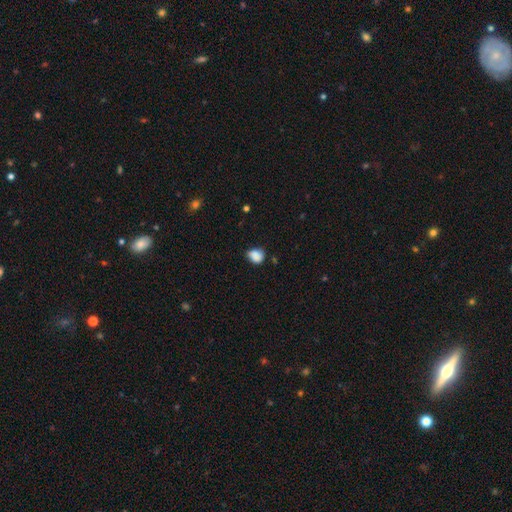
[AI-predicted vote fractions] This appears to be a smooth galaxy with no disk features (85%) that is round (53%). Merging: none (59%).